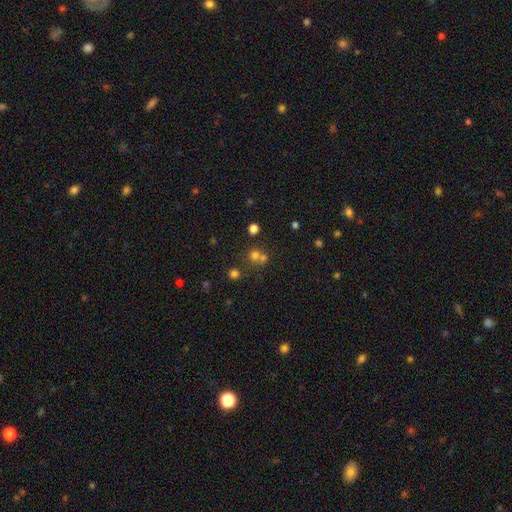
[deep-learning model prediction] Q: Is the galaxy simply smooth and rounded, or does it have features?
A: smooth — 61%.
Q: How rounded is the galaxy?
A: round — 88%.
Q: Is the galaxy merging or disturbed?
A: none — 55%.